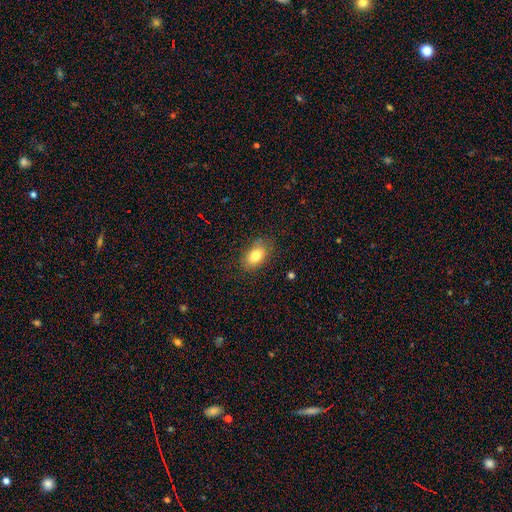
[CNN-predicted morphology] A smooth galaxy with no disk features (80%) that is in between round and cigar-shaped (85%). Merging: none (81%).